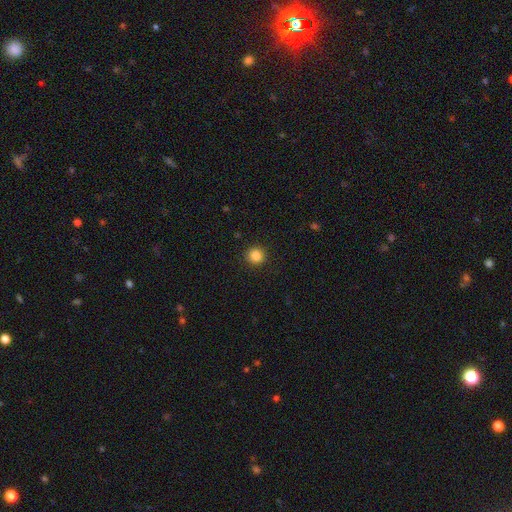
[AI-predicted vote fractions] smooth_or_featured: smooth (p=0.86) [alt: star or artifact p=0.11]
how_rounded: round (p=0.94) [alt: in between p=0.05]
merging: none (p=0.92) [alt: minor disturbance p=0.05]